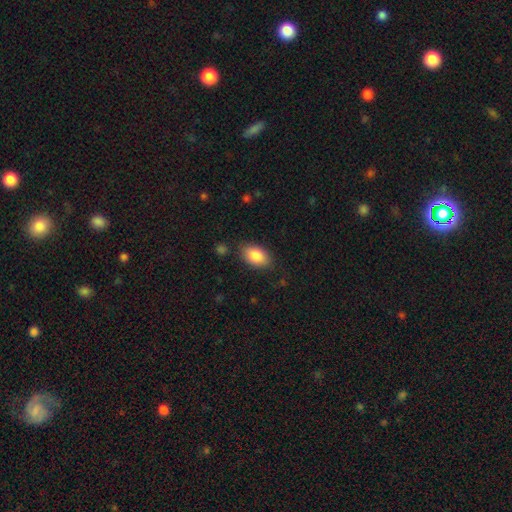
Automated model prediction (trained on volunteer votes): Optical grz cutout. It shows a smooth galaxy with no disk features (87%) that is in between round and cigar-shaped (91%). Merging: none (83%).